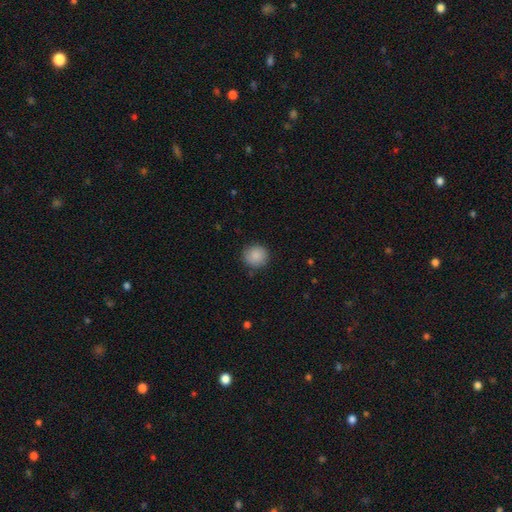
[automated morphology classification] type=smooth (88%); roundness=round (91%); merging=none (87%).